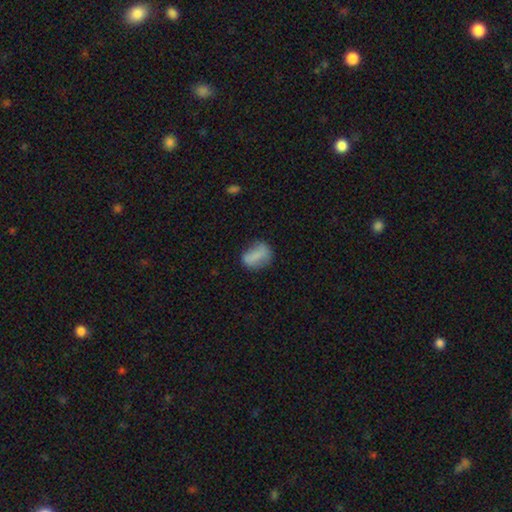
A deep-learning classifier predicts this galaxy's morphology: Q: Smooth or featured?
A: smooth (74%); runner-up: featured or disk (16%)
Q: How rounded?
A: in between (72%); runner-up: round (23%)
Q: Merging?
A: none (61%); runner-up: minor disturbance (26%)